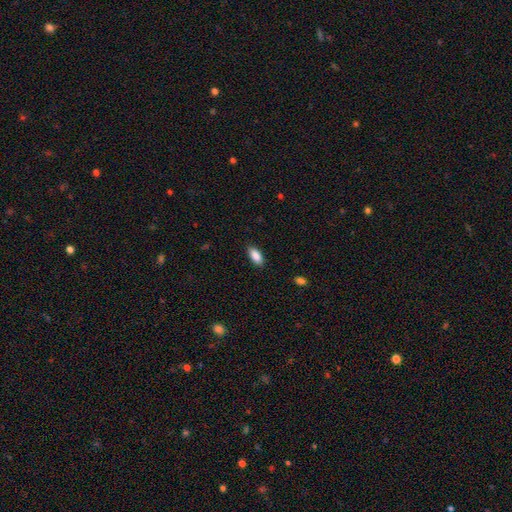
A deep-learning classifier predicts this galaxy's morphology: The model was most divided on "how rounded": in between: 86%, cigar-shaped: 12%, round: 2%. More confident: smooth or featured — smooth (89%); merging — none (88%).